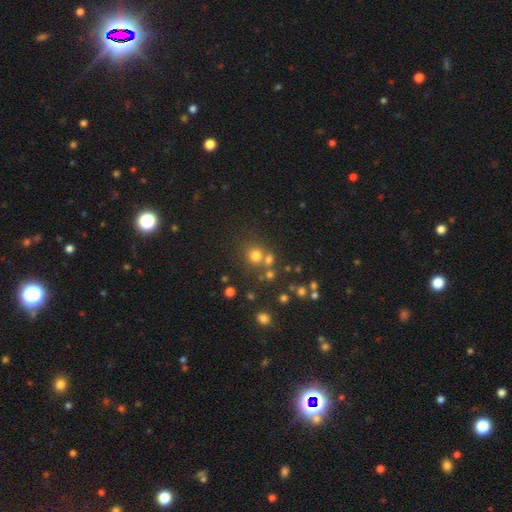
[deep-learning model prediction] smooth 71%, star or artifact 20%, featured or disk 9%. Down the decision tree: how rounded — round (87%); merging — none (61%).